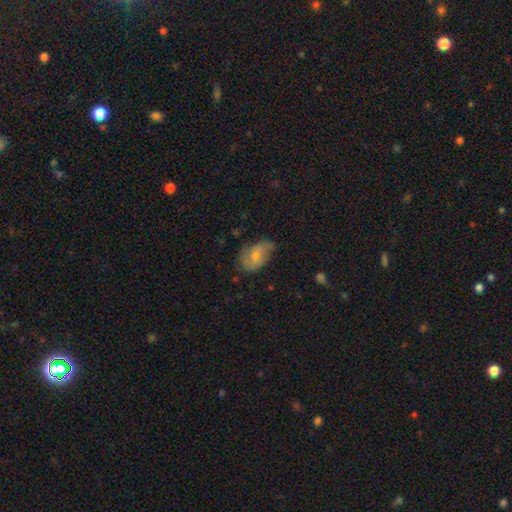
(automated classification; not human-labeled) Smooth or featured?
  - smooth: 50% *
  - featured or disk: 43%
  - star or artifact: 7%
Merging?
  - none: 50% *
  - minor disturbance: 35%
  - major disturbance: 13%
  - merger: 2%